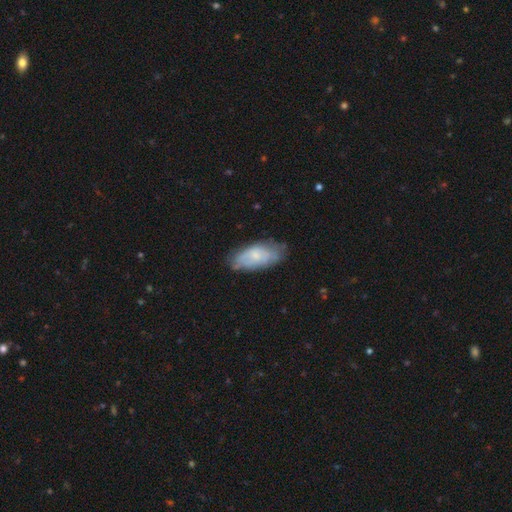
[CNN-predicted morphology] Smooth or featured?
  - smooth: 58% *
  - featured or disk: 35%
  - star or artifact: 7%
How rounded?
  - in between: 88% *
  - cigar-shaped: 9%
  - round: 2%
Merging?
  - none: 62% *
  - minor disturbance: 29%
  - major disturbance: 7%
  - merger: 2%